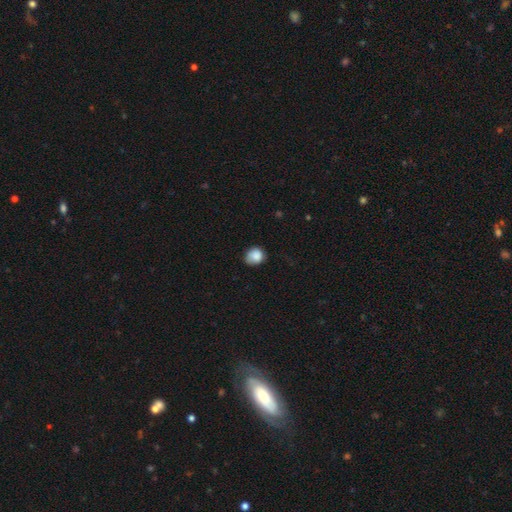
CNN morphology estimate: Overall: smooth (86%). How rounded: round (72%). Merging: none (65%; minor disturbance 28%).